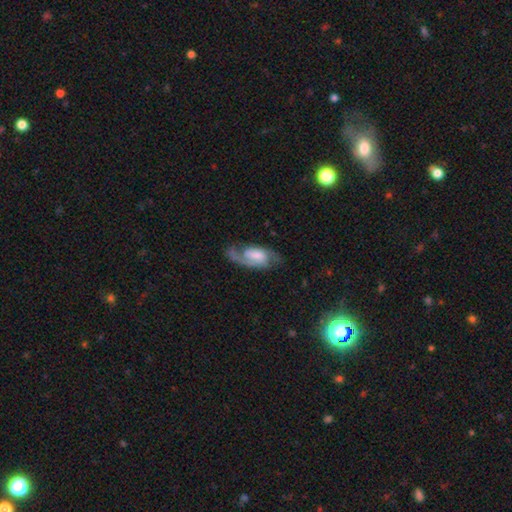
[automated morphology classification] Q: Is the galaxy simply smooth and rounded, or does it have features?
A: featured or disk — 76%.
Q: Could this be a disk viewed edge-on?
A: no — 95%.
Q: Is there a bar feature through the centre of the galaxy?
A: weak — 46%.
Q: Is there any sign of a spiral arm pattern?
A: yes — 94%.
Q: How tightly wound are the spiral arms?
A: medium — 50%.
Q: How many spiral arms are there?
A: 2 — 65%.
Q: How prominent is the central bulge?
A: moderate — 34%.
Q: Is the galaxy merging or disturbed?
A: none — 63%.